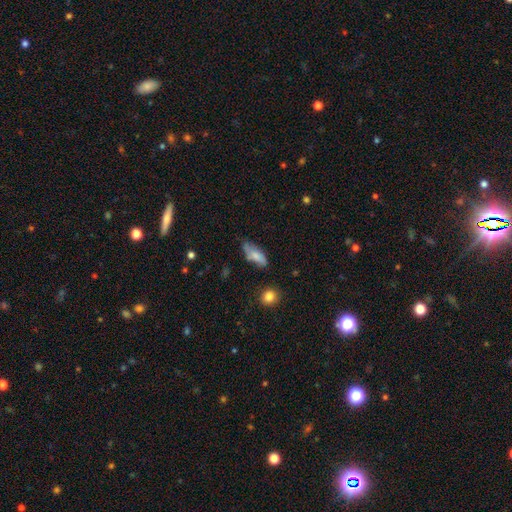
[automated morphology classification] A smooth galaxy with no disk features (76%) that is in between round and cigar-shaped (78%).

Vote fractions:
- Smooth or featured? smooth: 76% / featured or disk: 17% / star or artifact: 7%
- How rounded? in between: 78% / cigar-shaped: 20% / round: 3%
- Merging? none: 54% / minor disturbance: 33% / major disturbance: 8% / merger: 4%